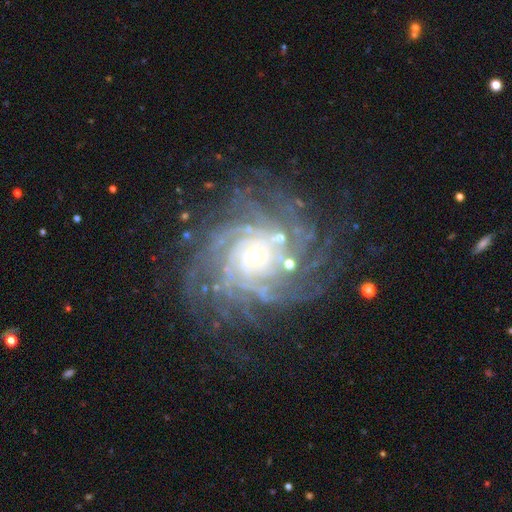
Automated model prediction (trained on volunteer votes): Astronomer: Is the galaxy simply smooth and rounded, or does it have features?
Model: featured or disk — 90%.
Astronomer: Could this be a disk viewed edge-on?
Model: no — 98%.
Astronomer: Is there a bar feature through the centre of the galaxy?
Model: no — 71%.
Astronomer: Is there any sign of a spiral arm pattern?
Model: yes — 98%.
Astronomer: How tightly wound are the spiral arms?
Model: tight — 76%.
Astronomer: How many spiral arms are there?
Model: more than 4 — 45%.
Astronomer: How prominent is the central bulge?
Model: small — 71%.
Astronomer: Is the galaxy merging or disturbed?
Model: none — 77%.